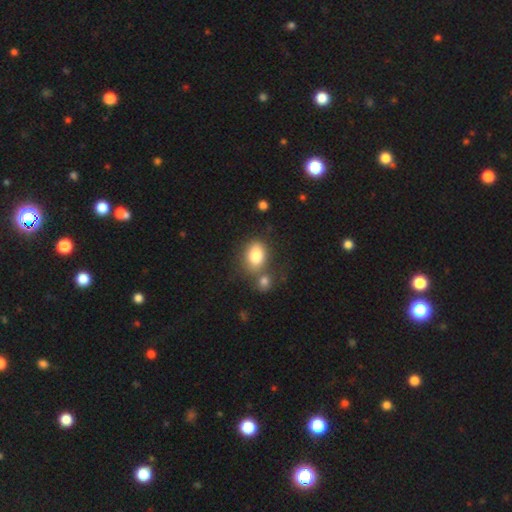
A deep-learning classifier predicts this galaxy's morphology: smooth 83%, featured or disk 9%, star or artifact 8%. Down the decision tree: how rounded — in between (75%); merging — none (53%).